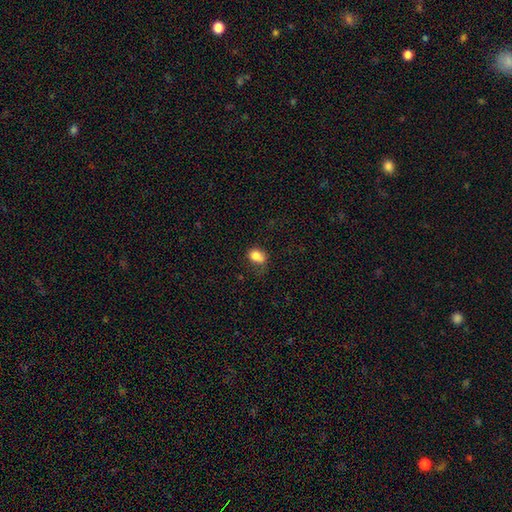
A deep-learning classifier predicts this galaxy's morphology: A smooth galaxy with no disk features (83%) that is in between round and cigar-shaped (67%).

Vote fractions:
- Smooth or featured? smooth: 83% / star or artifact: 10% / featured or disk: 7%
- How rounded? in between: 67% / round: 31% / cigar-shaped: 1%
- Merging? none: 47% / minor disturbance: 33% / major disturbance: 15% / merger: 5%